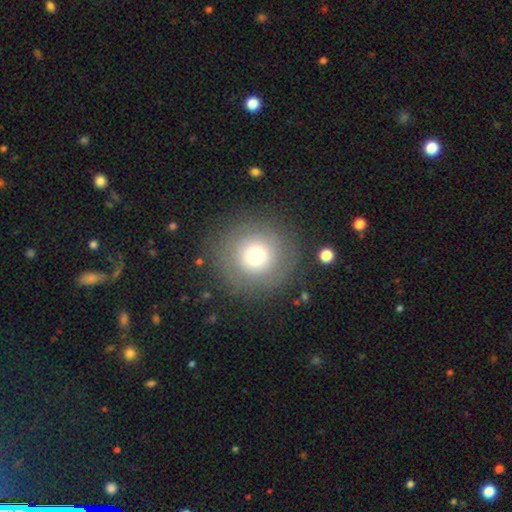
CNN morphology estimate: A smooth galaxy with no disk features (66%) that is round (95%).

Vote fractions:
- Smooth or featured? smooth: 66% / featured or disk: 20% / star or artifact: 14%
- How rounded? round: 95% / in between: 4% / cigar-shaped: 1%
- Merging? none: 83% / minor disturbance: 9% / major disturbance: 6% / merger: 2%